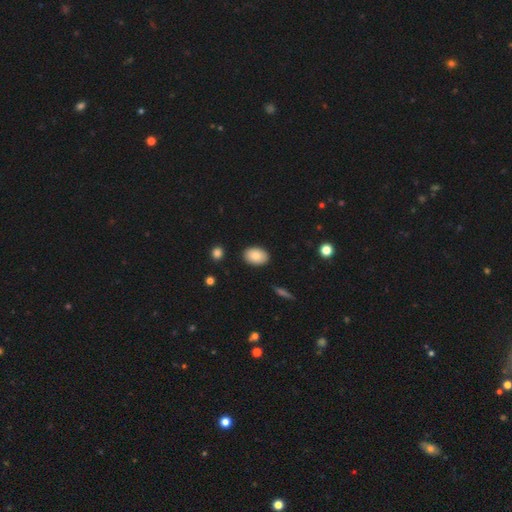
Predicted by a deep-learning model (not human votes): This appears to be a smooth galaxy with no disk features (87%) that is in between round and cigar-shaped (86%). Merging: none (89%).